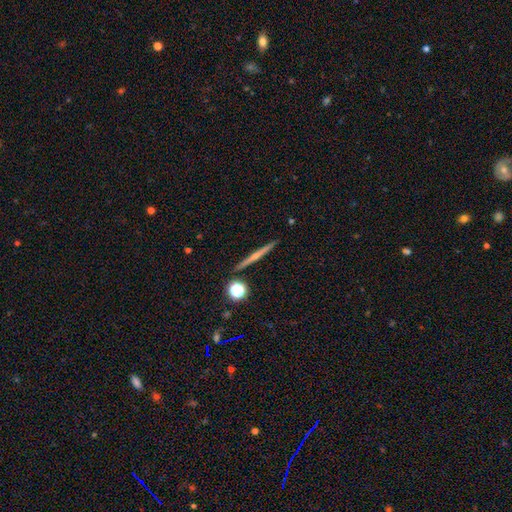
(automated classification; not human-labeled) This appears to be a featured or disk galaxy (64%) viewed edge-on (98%) with a rounded central bulge (61%). Merging: none (91%).